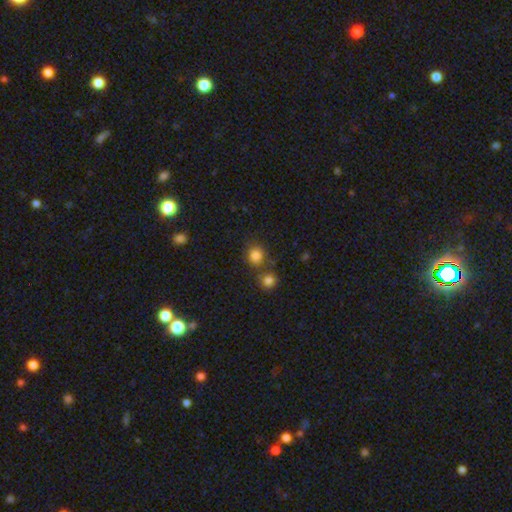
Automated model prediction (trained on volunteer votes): Morphology: type=smooth (83%); roundness=round (85%); merging=none (67%).